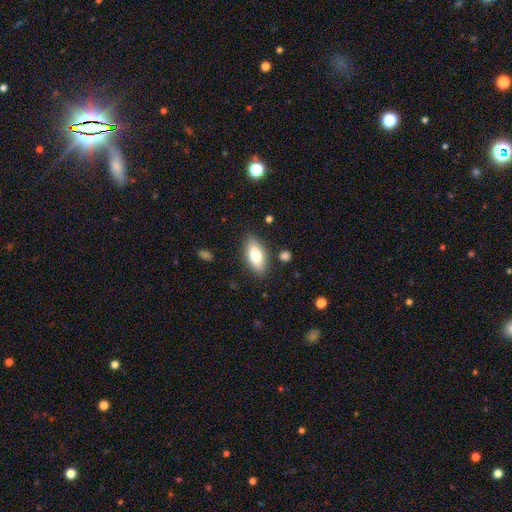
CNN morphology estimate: Smooth or featured: smooth — 74% (featured or disk — 19%)
How rounded: in between — 83% (cigar-shaped — 13%)
Merging: none — 85% (minor disturbance — 10%)